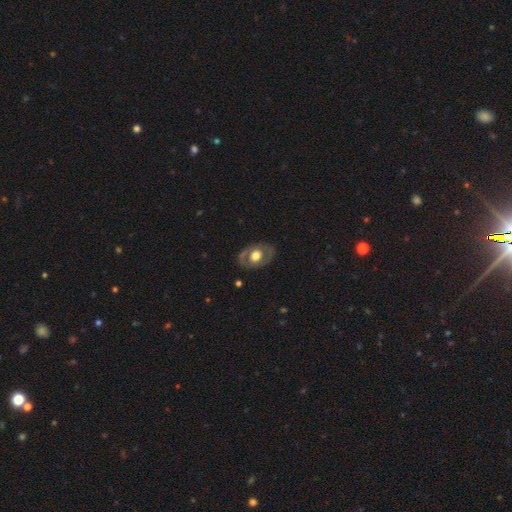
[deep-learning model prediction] smooth_or_featured: featured or disk (p=0.53) [alt: smooth p=0.41]
disk_edge_on: no (p=0.91) [alt: yes p=0.09]
merging: none (p=0.79) [alt: minor disturbance p=0.14]